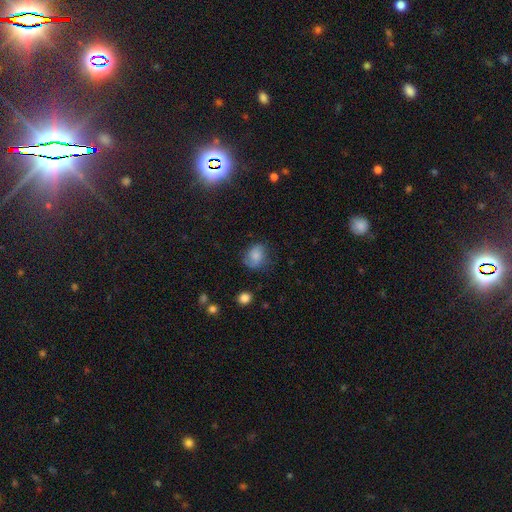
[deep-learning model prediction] Q: Smooth or featured?
A: smooth (71%); runner-up: featured or disk (19%)
Q: How rounded?
A: in between (52%); runner-up: round (47%)
Q: Merging?
A: none (58%); runner-up: minor disturbance (28%)